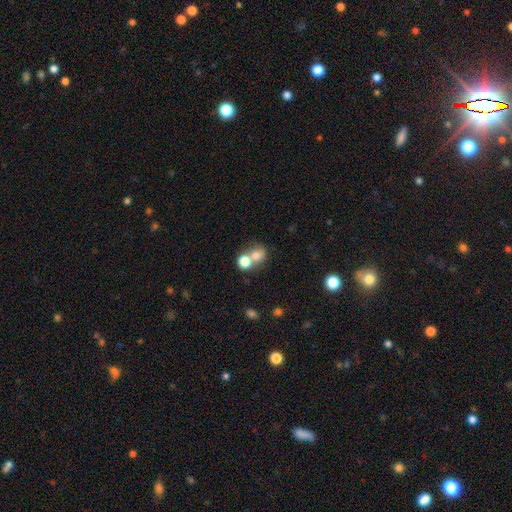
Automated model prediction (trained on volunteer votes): smooth 73%, featured or disk 14%, star or artifact 13%. Down the decision tree: how rounded — round (75%); merging — merger (55%).